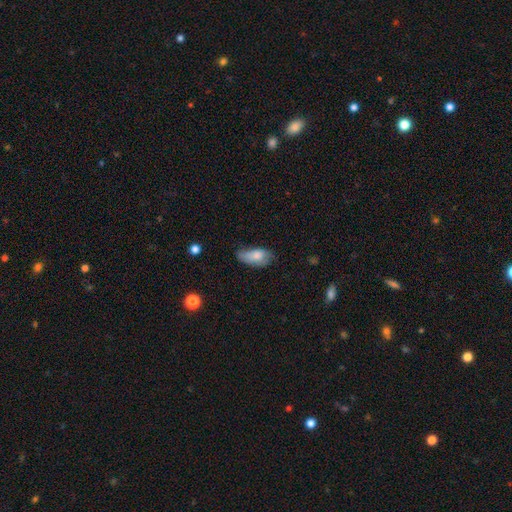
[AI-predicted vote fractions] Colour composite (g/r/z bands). It shows a smooth galaxy with no disk features (76%) that is in between round and cigar-shaped (89%). Merging: minor disturbance (40%).